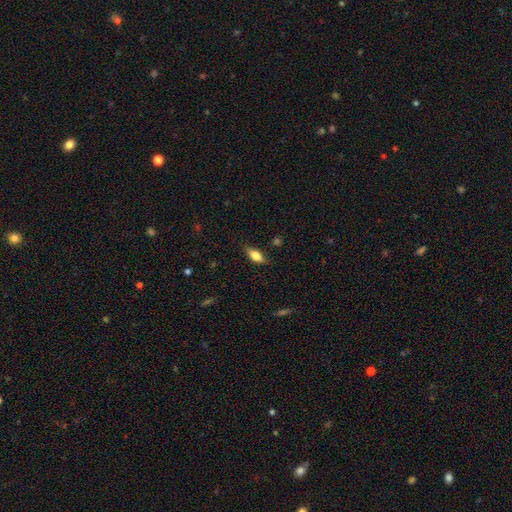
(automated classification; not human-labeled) A smooth galaxy with no disk features (70%) that is in between round and cigar-shaped (79%).

Vote fractions:
- Smooth or featured? smooth: 70% / featured or disk: 22% / star or artifact: 8%
- How rounded? in between: 79% / cigar-shaped: 16% / round: 5%
- Merging? none: 79% / minor disturbance: 17% / major disturbance: 4% / merger: 1%